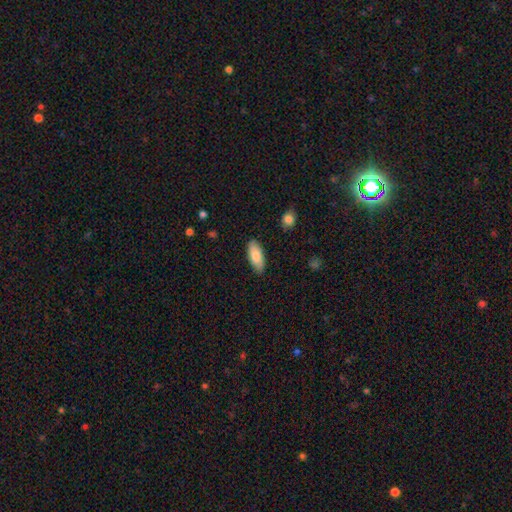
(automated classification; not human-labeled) A smooth galaxy with no disk features (83%) that is in between round and cigar-shaped (83%). Merging: none (86%).